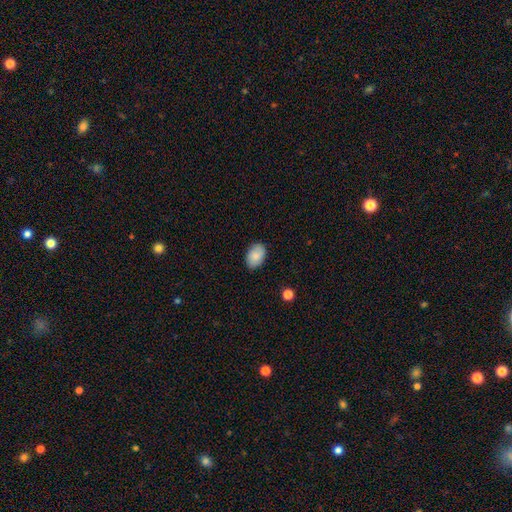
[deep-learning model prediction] smooth-or-featured: smooth: 86% | featured or disk: 7% | star or artifact: 7%
  how-rounded: in between: 86% | round: 13% | cigar-shaped: 1%
  merging: none: 84% | minor disturbance: 13% | major disturbance: 2% | merger: 1%